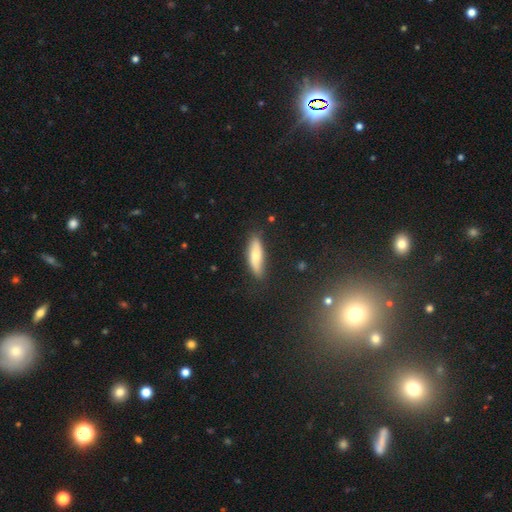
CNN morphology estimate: Smooth or featured: smooth — 66% (featured or disk — 28%)
How rounded: cigar-shaped — 55% (in between — 43%)
Merging: none — 81% (minor disturbance — 15%)